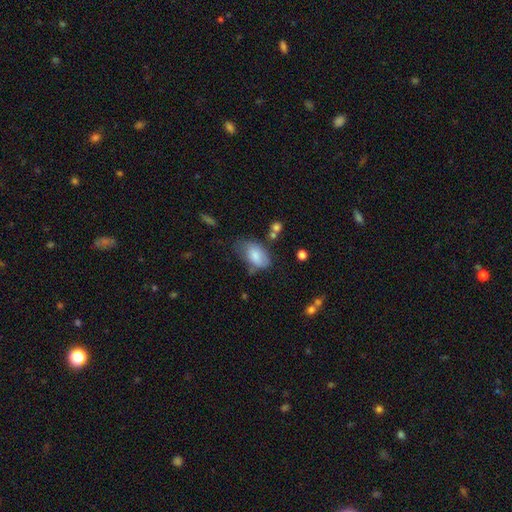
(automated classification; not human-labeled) Smooth or featured? Predicted: smooth (p=0.77). How rounded? Predicted: in between (p=0.91). Merging? Predicted: minor disturbance (p=0.37, tied with none).